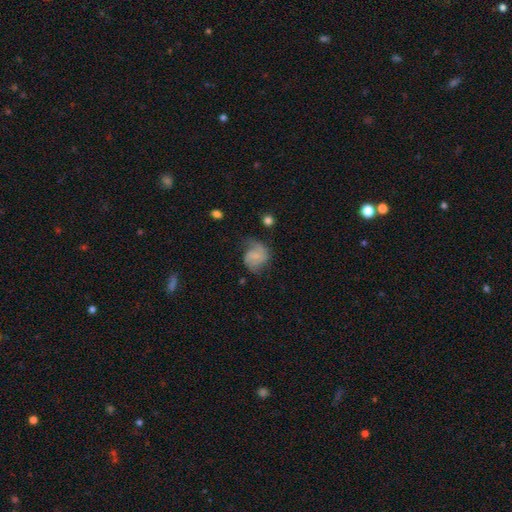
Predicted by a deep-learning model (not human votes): This is possibly a featured or disk galaxy (55%). It is clearly not viewed edge-on (98%). Bar: possibly no (51%). Spiral arm pattern: clearly yes (87%). Central bulge: possibly small (50%). Merging: possibly none (49%).